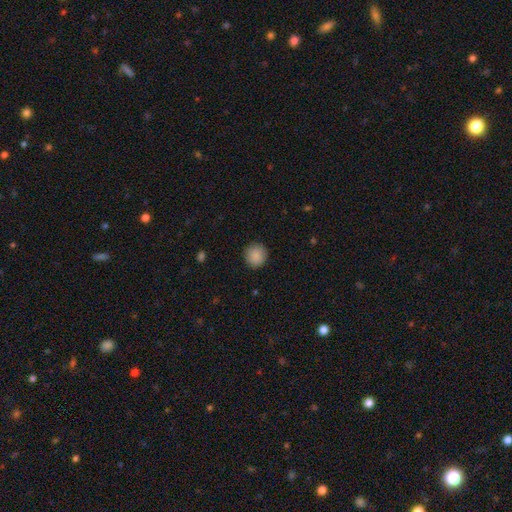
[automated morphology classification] Overall: smooth (88%). How rounded: round (92%). Merging: none (89%).